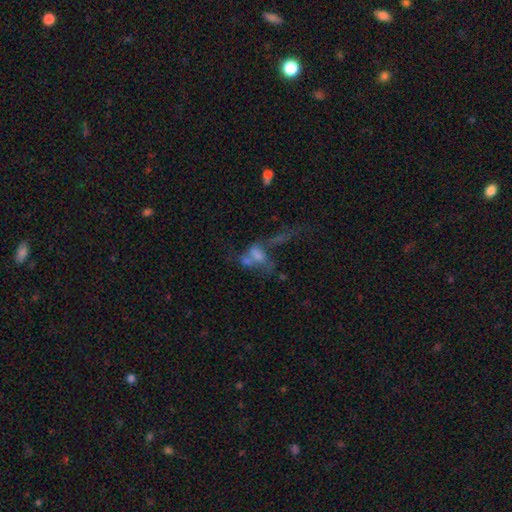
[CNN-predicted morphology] A smooth galaxy with no disk features (48%).

Vote fractions:
- Smooth or featured? smooth: 48% / featured or disk: 35% / star or artifact: 17%
- Merging? merger: 49% / major disturbance: 27% / none: 15% / minor disturbance: 9%